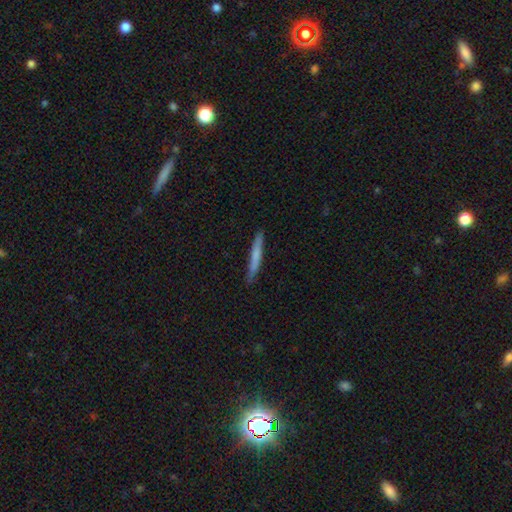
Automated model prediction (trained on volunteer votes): Overall: smooth (66%; featured or disk 28%). How rounded: cigar-shaped (96%). Merging: none (86%).